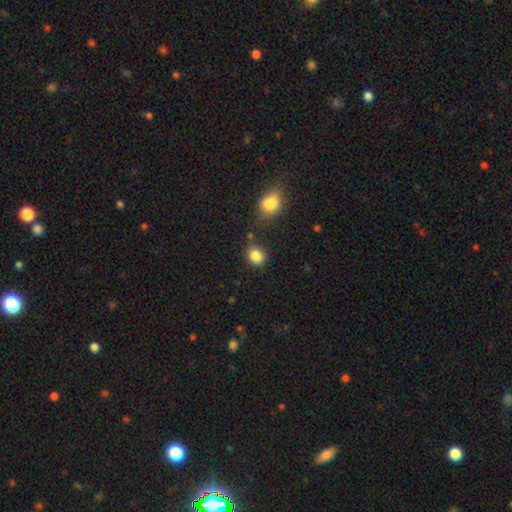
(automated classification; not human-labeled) Smooth or featured: smooth — 85% (star or artifact — 10%)
How rounded: round — 57% (in between — 42%)
Merging: none — 75% (minor disturbance — 13%)